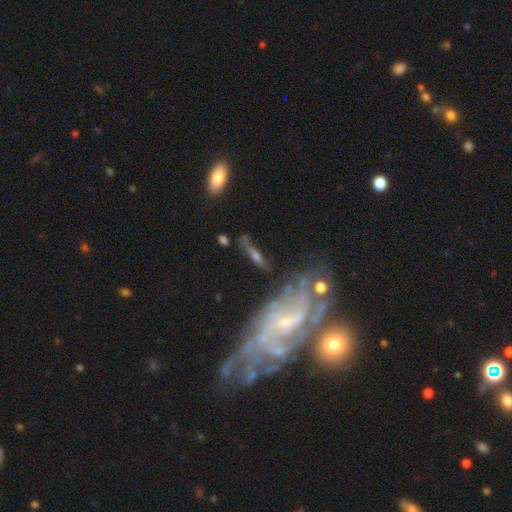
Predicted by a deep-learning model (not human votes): The model was most divided on "edge-on disk": no: 67%, yes: 33%. More confident: smooth or featured — featured or disk (65%); merging — none (57%).